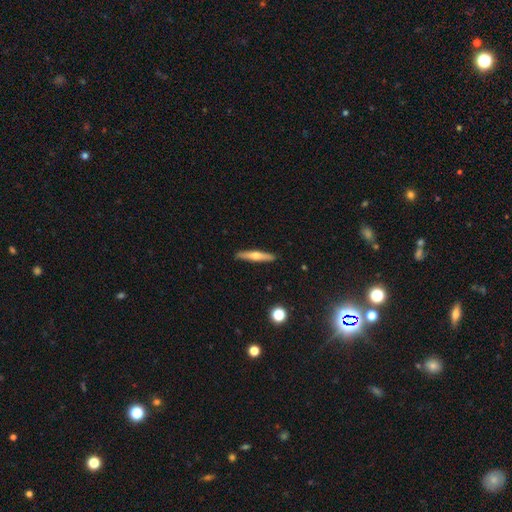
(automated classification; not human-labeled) Q: Smooth or featured?
A: featured or disk (50%); runner-up: smooth (44%)
Q: Merging?
A: none (91%); runner-up: minor disturbance (7%)